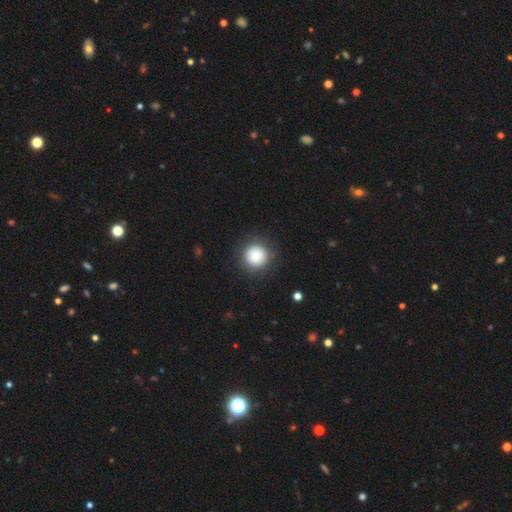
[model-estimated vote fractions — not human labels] Smooth or featured? Predicted: smooth (p=0.86). How rounded? Predicted: round (p=0.96). Merging? Predicted: none (p=0.88).